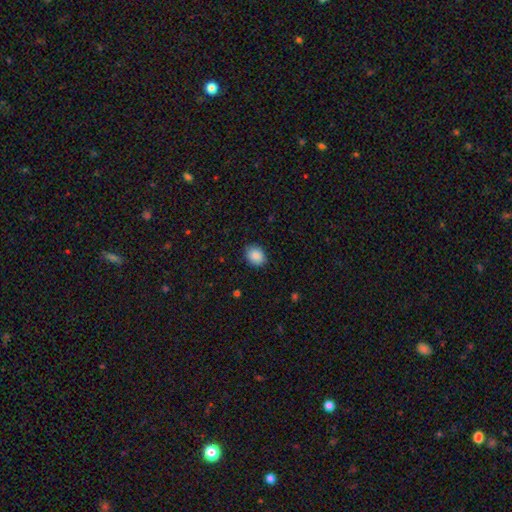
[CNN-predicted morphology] Smooth or featured: smooth — 88% (star or artifact — 8%)
How rounded: round — 53% (in between — 46%)
Merging: none — 87% (minor disturbance — 10%)